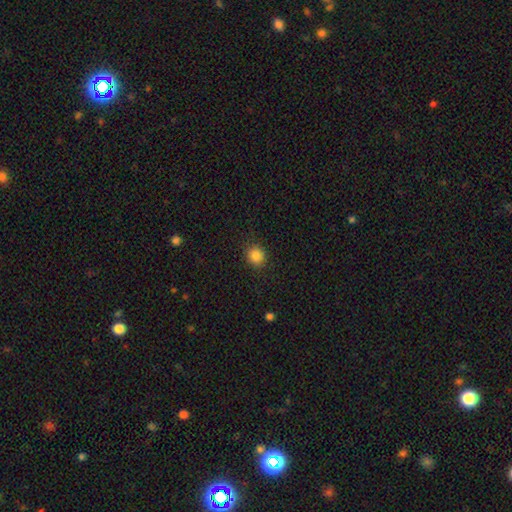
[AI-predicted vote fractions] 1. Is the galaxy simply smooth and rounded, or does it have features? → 86% smooth, 11% star or artifact, 3% featured or disk.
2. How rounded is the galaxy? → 85% round, 14% in between, 1% cigar-shaped.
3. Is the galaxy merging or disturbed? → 88% none, 8% minor disturbance, 3% major disturbance, 1% merger.